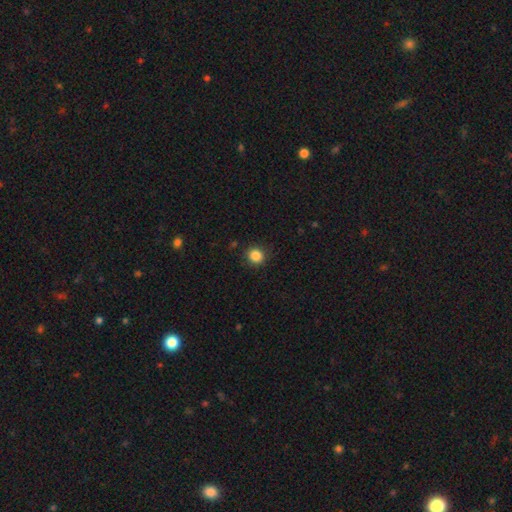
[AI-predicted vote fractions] smooth 85%, star or artifact 11%, featured or disk 4%. Down the decision tree: how rounded — round (87%); merging — none (89%).